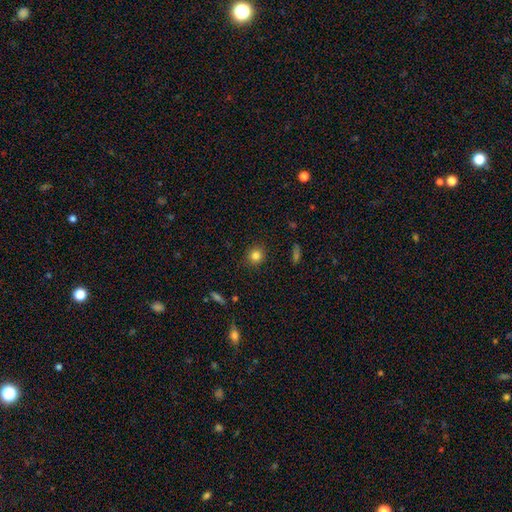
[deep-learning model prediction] smooth-or-featured: smooth: 82% | star or artifact: 12% | featured or disk: 6%
  how-rounded: round: 90% | in between: 9% | cigar-shaped: 1%
  merging: none: 90% | minor disturbance: 7% | major disturbance: 2% | merger: 1%